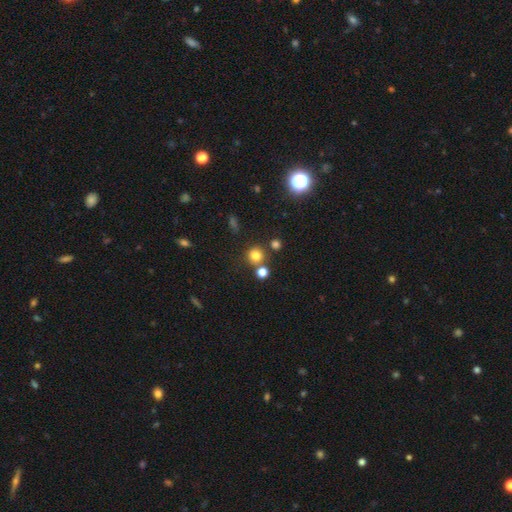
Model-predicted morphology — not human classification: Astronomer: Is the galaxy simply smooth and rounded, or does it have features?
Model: smooth — 76%.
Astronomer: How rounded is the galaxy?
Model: round — 91%.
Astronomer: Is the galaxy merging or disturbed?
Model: none — 75%.